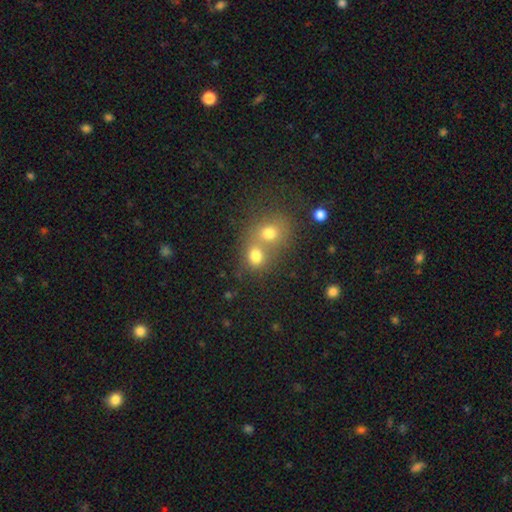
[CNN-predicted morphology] A smooth galaxy with no disk features (75%) that is round (73%).

Vote fractions:
- Smooth or featured? smooth: 75% / star or artifact: 15% / featured or disk: 11%
- How rounded? round: 73% / in between: 26% / cigar-shaped: 1%
- Merging? merger: 54% / none: 36% / minor disturbance: 6% / major disturbance: 4%